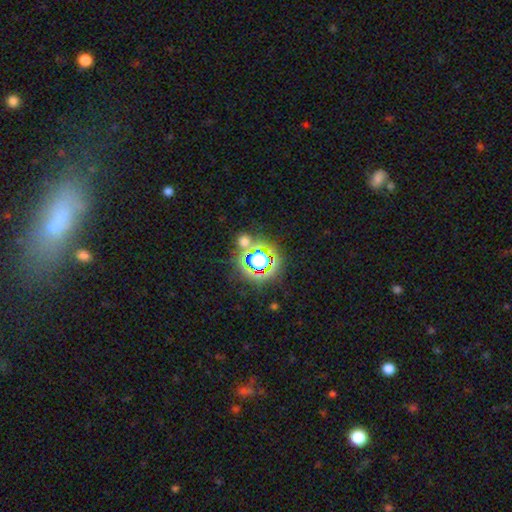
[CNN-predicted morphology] star or artifact 77%, smooth 15%, featured or disk 8%.